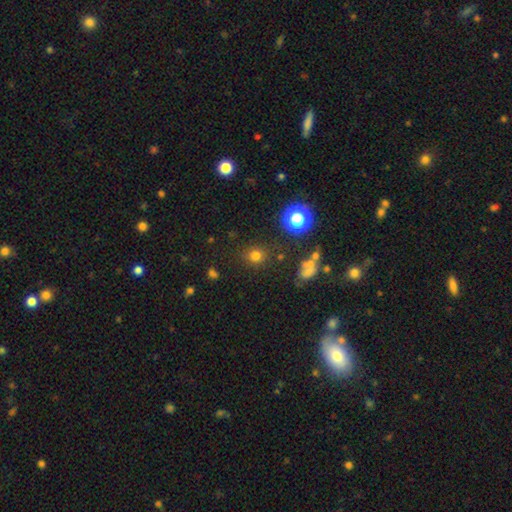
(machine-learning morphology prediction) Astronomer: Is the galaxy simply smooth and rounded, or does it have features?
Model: smooth — 73%.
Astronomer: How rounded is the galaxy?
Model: round — 84%.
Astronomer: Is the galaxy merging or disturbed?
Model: none — 83%.